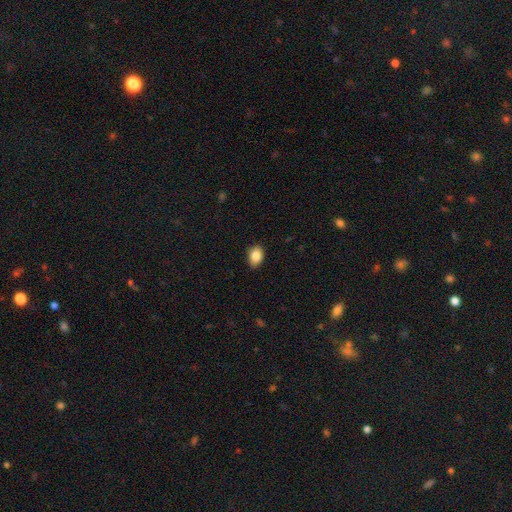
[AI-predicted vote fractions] Overall: smooth (86%). How rounded: in between (81%). Merging: none (88%).